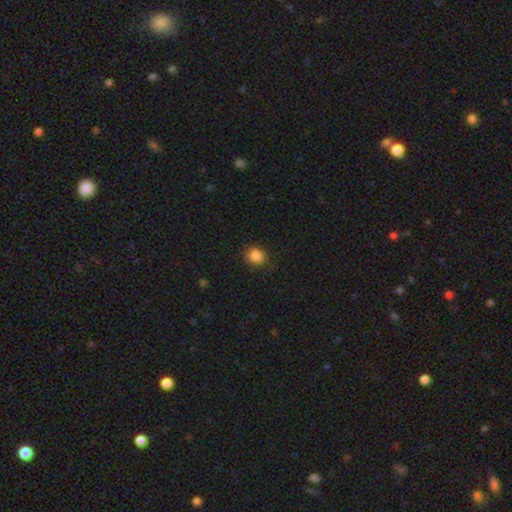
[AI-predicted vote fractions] Smooth or featured? smooth (86%)
How rounded? round (65%)
Merging? none (81%)